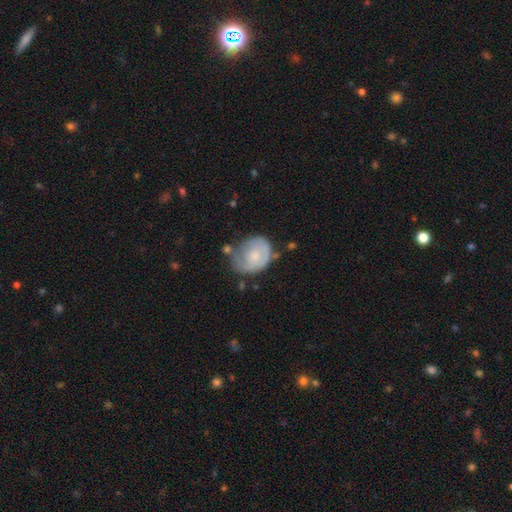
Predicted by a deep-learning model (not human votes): Smooth or featured? featured or disk (48%)
Merging? none (44%)